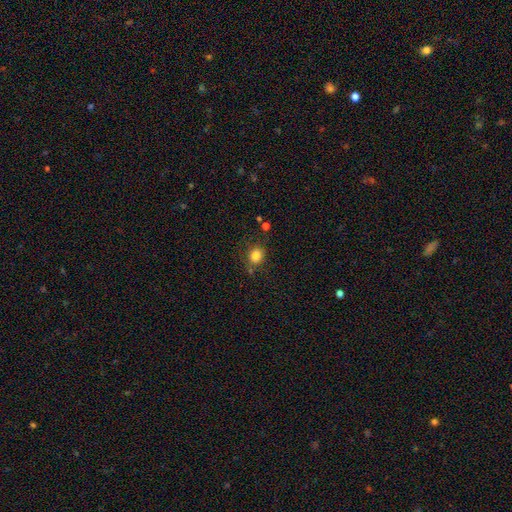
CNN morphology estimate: Q: Smooth or featured?
A: smooth (84%); runner-up: star or artifact (11%)
Q: How rounded?
A: round (69%); runner-up: in between (30%)
Q: Merging?
A: none (77%); runner-up: minor disturbance (13%)